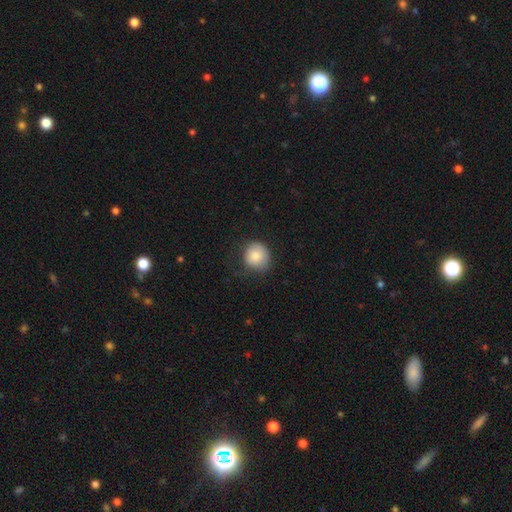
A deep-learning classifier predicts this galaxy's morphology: Smooth or featured?
  - smooth: 84% *
  - featured or disk: 8%
  - star or artifact: 8%
How rounded?
  - round: 83% *
  - in between: 16%
  - cigar-shaped: 1%
Merging?
  - none: 58% *
  - minor disturbance: 28%
  - major disturbance: 13%
  - merger: 1%